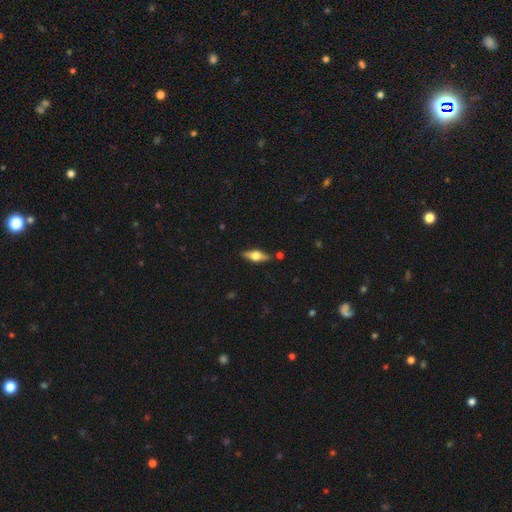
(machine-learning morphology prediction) smooth-or-featured: featured or disk: 53% | smooth: 41% | star or artifact: 6%
  disk-edge-on: yes: 92% | no: 8%
  merging: none: 86% | minor disturbance: 9% | merger: 2% | major disturbance: 2%